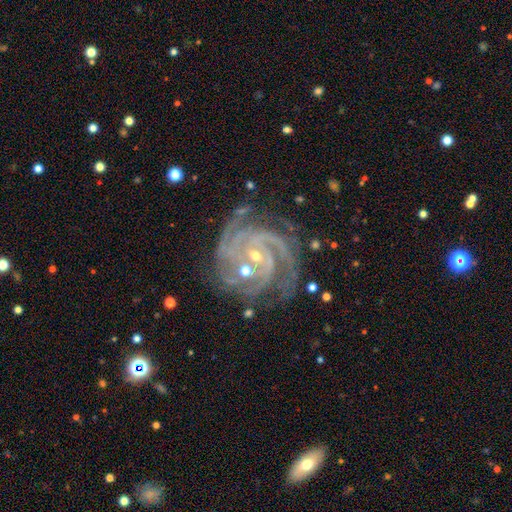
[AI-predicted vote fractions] Smooth or featured? featured or disk (92%)
Edge-on disk? no (98%)
Bar? no (57%)
Spiral arms? yes (99%)
Spiral winding? tight (75%)
Spiral arm count? 3 (35%)
Bulge size? small (68%)
Merging? none (65%)